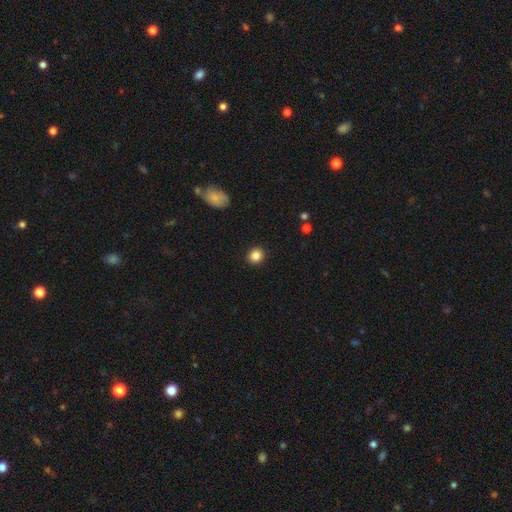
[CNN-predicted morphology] This is clearly a smooth galaxy (86%). How rounded: clearly round (87%). Merging: clearly none (92%).